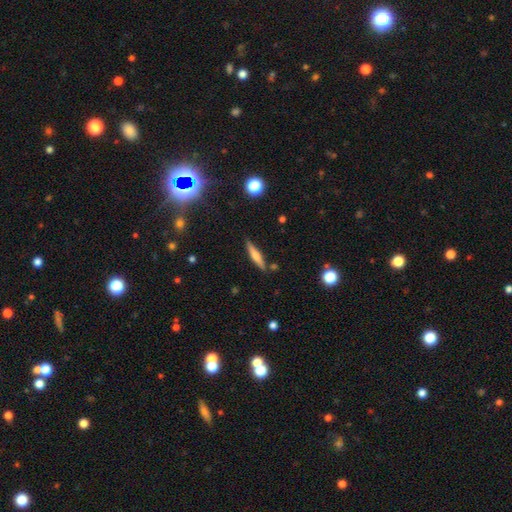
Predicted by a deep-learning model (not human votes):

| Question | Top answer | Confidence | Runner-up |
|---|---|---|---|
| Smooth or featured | smooth | 50% | featured or disk (42%) |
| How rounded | cigar-shaped | 85% | in between (13%) |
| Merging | none | 85% | minor disturbance (10%) |